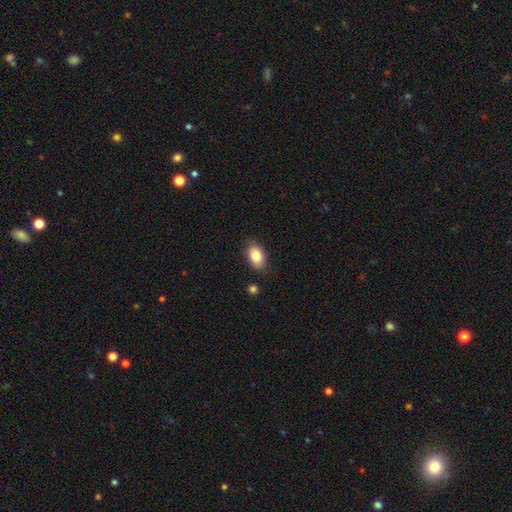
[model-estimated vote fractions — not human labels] This is clearly a smooth galaxy (85%). How rounded: clearly in between (91%). Merging: clearly none (80%).